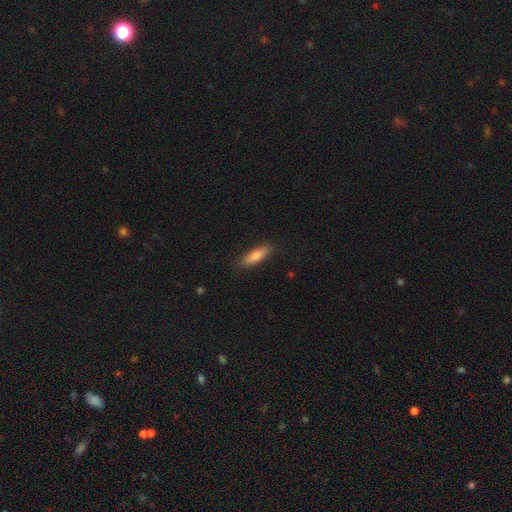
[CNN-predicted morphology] smooth-or-featured: smooth: 77% | featured or disk: 17% | star or artifact: 6%
  how-rounded: cigar-shaped: 60% | in between: 38% | round: 2%
  merging: none: 86% | minor disturbance: 10% | major disturbance: 2% | merger: 1%